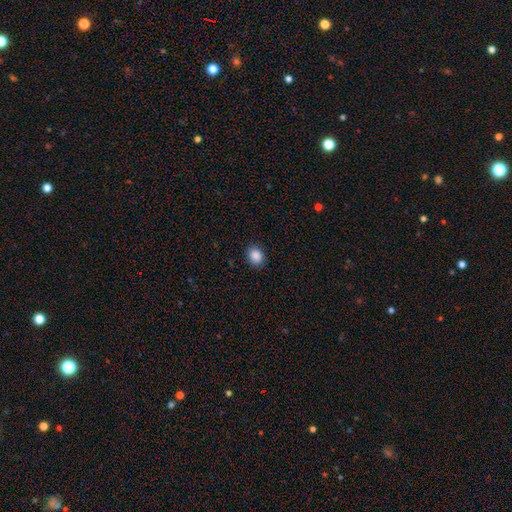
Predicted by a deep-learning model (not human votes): smooth 88%, star or artifact 9%, featured or disk 3%. Down the decision tree: how rounded — round (50%); merging — none (88%).